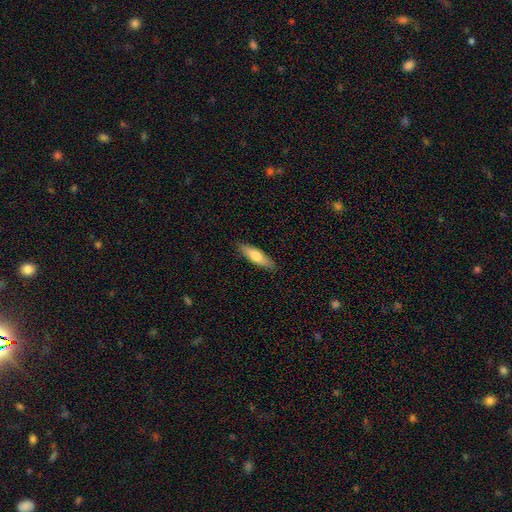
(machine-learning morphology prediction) type=smooth (67%); roundness=cigar-shaped (62%); merging=none (88%).